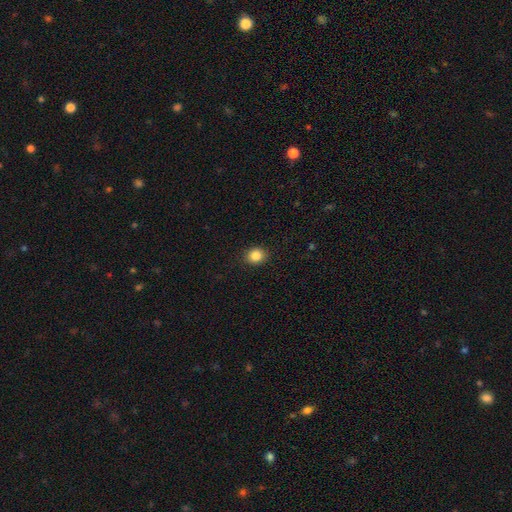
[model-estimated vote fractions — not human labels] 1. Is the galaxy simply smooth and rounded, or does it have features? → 85% smooth, 10% star or artifact, 5% featured or disk.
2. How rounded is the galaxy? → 69% round, 30% in between, 1% cigar-shaped.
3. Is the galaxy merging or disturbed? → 90% none, 7% minor disturbance, 2% major disturbance, 1% merger.